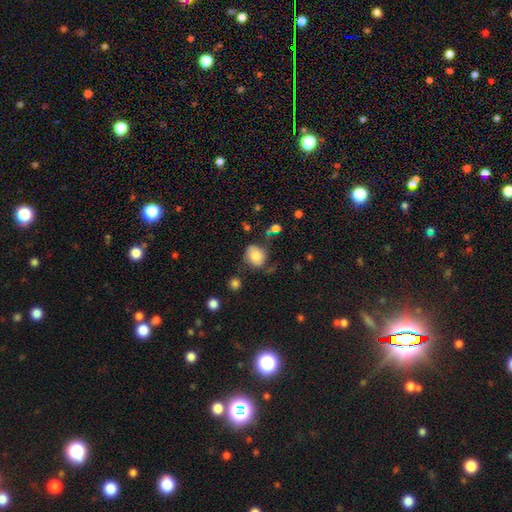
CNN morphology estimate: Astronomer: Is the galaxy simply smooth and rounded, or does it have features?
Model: smooth — 80%.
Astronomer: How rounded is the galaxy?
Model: round — 61% (runner-up: in between, 38%).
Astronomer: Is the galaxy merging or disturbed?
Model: none — 60%.